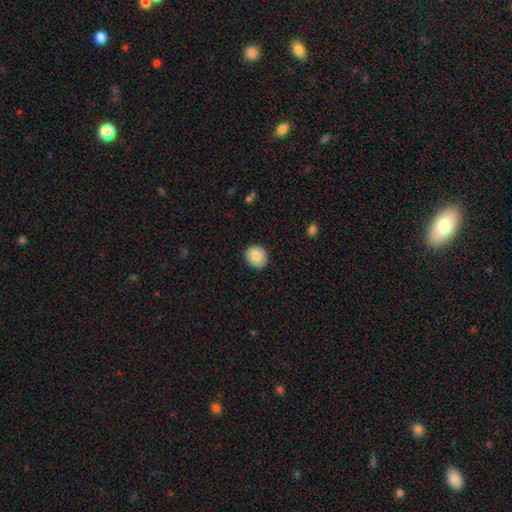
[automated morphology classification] A smooth galaxy with no disk features (79%) that is round (83%).

Vote fractions:
- Smooth or featured? smooth: 79% / featured or disk: 14% / star or artifact: 8%
- How rounded? round: 83% / in between: 16% / cigar-shaped: 1%
- Merging? none: 87% / minor disturbance: 10% / major disturbance: 2% / merger: 1%